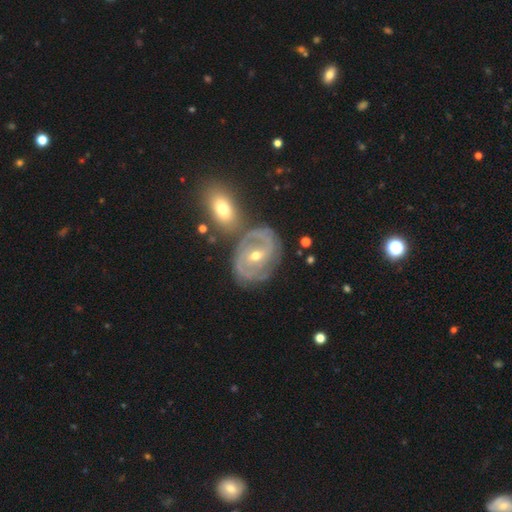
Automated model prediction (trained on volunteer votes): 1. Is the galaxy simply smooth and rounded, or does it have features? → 85% featured or disk, 9% smooth, 7% star or artifact.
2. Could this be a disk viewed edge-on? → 96% no, 4% yes.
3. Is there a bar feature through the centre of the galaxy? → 43% weak, 34% no, 22% strong.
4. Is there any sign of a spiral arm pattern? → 93% yes, 7% no.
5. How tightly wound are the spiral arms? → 54% tight, 37% medium, 9% loose.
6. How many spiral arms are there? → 64% 2, 16% can't tell, 11% 3, 3% 4, 3% 1, 3% more than 4.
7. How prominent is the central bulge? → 49% small, 48% moderate, 1% large, 1% none, 1% dominant.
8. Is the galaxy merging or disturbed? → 68% none, 14% minor disturbance, 13% merger, 5% major disturbance.